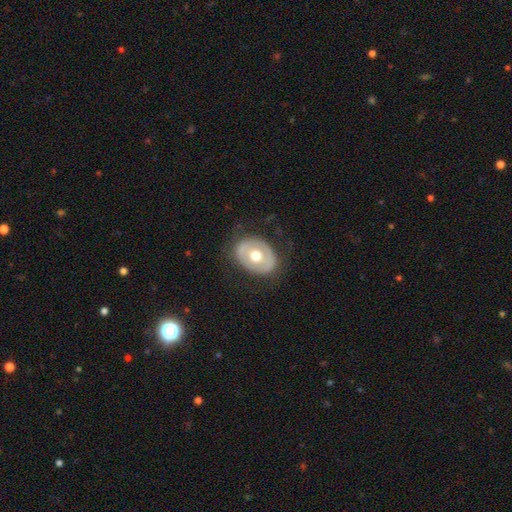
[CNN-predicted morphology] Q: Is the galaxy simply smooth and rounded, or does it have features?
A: featured or disk — 50%.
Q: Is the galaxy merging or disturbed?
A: none — 79%.